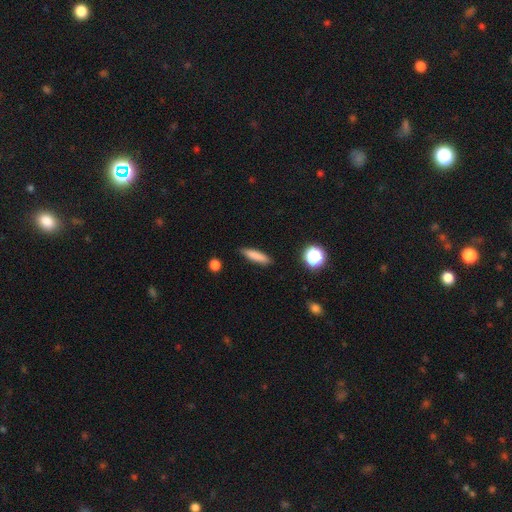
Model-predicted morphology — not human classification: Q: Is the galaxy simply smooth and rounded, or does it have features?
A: smooth — 83%.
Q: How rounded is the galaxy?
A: cigar-shaped — 76%.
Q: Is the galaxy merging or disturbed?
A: none — 88%.